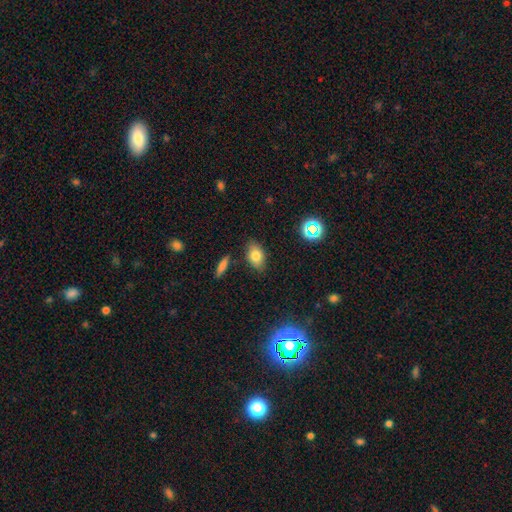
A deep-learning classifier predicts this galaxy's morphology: smooth 78%, featured or disk 11%, star or artifact 11%. Down the decision tree: how rounded — in between (85%); merging — none (82%).